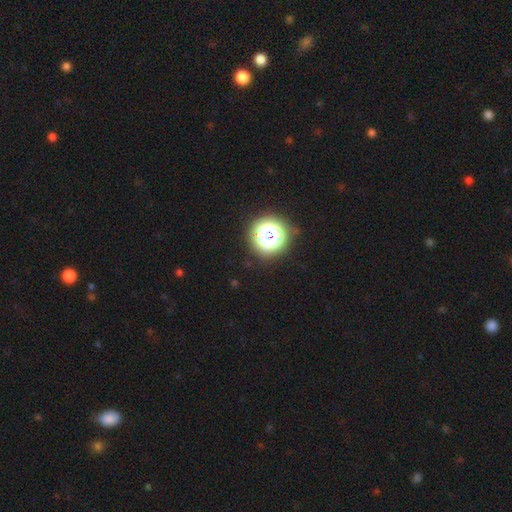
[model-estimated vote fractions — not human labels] star or artifact 80%, smooth 14%, featured or disk 5%.